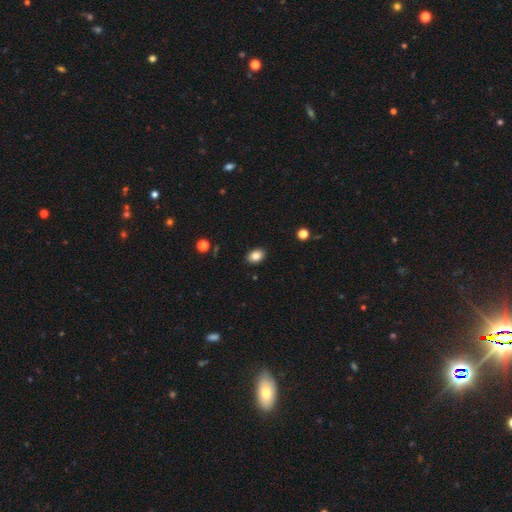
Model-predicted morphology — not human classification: Smooth or featured? Predicted: smooth (p=0.84). How rounded? Predicted: in between (p=0.80). Merging? Predicted: none (p=0.89).